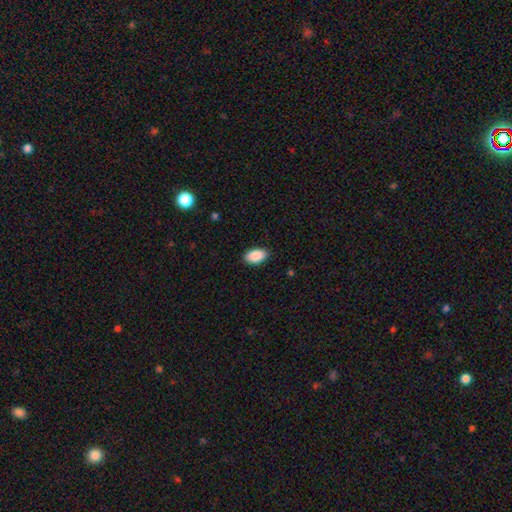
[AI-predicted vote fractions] Q: Smooth or featured?
A: smooth (90%); runner-up: star or artifact (7%)
Q: How rounded?
A: in between (93%); runner-up: round (5%)
Q: Merging?
A: none (87%); runner-up: minor disturbance (10%)